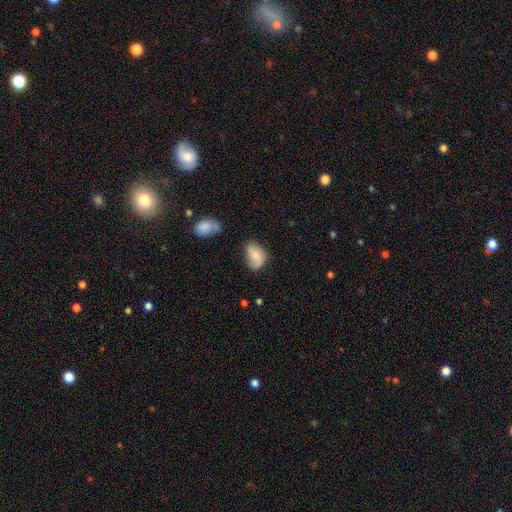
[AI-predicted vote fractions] Morphology: type=smooth (68%); roundness=in between (84%); merging=none (49%).